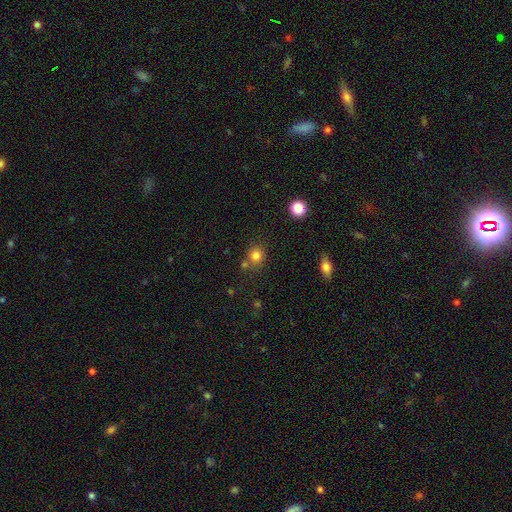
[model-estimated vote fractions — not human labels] The model was most divided on "merging": none: 68%, merger: 16%, minor disturbance: 11%, major disturbance: 4%. More confident: how rounded — round (82%); smooth or featured — smooth (81%).